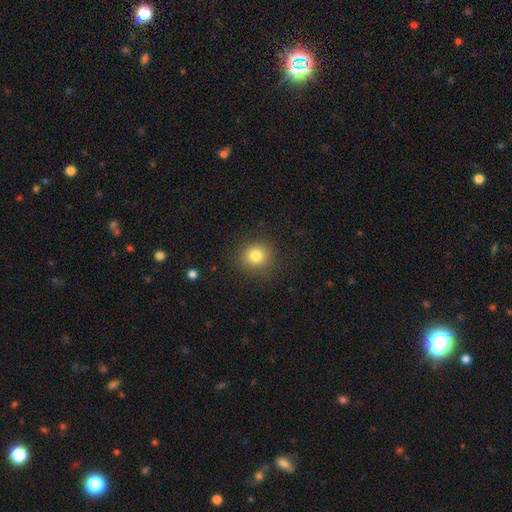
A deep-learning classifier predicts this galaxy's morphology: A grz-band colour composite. It shows a smooth galaxy with no disk features (81%) that is round (89%). Merging: none (89%).